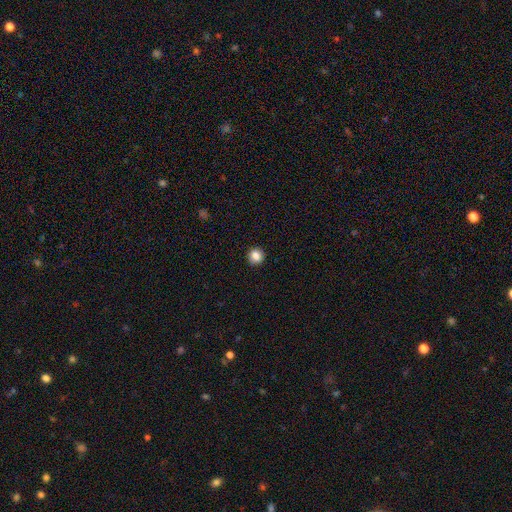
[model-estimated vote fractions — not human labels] Smooth or featured?
  - smooth: 85% *
  - star or artifact: 10%
  - featured or disk: 5%
How rounded?
  - round: 94% *
  - in between: 5%
  - cigar-shaped: 1%
Merging?
  - none: 93% *
  - minor disturbance: 5%
  - major disturbance: 2%
  - merger: 1%